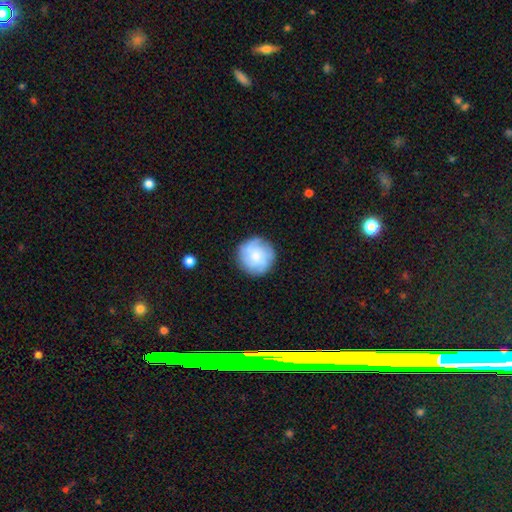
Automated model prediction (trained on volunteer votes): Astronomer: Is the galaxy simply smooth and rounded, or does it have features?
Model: smooth — 67%.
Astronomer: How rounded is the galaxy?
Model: round — 94%.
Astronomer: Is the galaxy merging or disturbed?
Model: none — 84%.